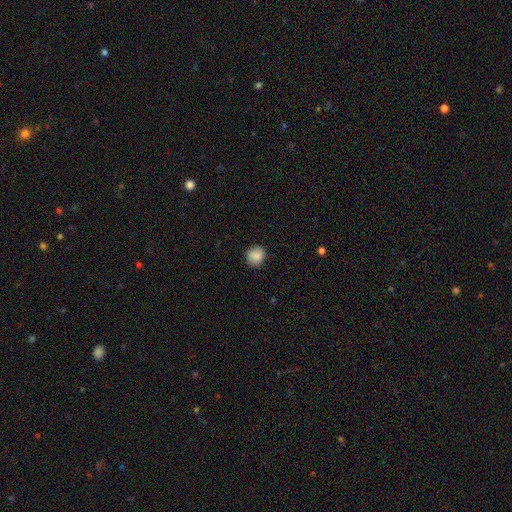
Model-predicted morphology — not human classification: The model was most divided on "how rounded": round: 86%, in between: 13%, cigar-shaped: 1%. More confident: smooth or featured — smooth (87%); merging — none (86%).